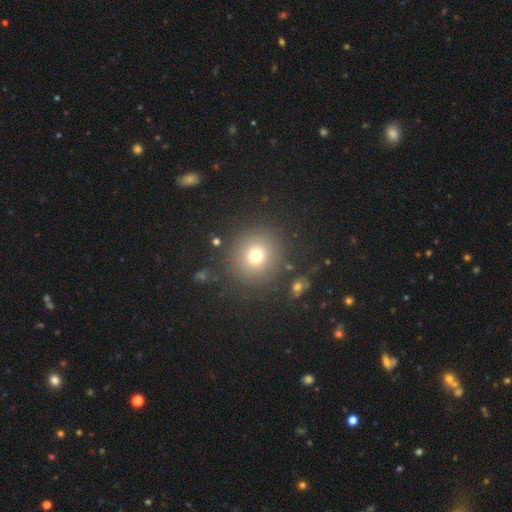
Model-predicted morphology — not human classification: Smooth or featured?
  - smooth: 73% *
  - star or artifact: 16%
  - featured or disk: 11%
How rounded?
  - round: 90% *
  - in between: 9%
  - cigar-shaped: 1%
Merging?
  - none: 85% *
  - minor disturbance: 8%
  - major disturbance: 4%
  - merger: 3%